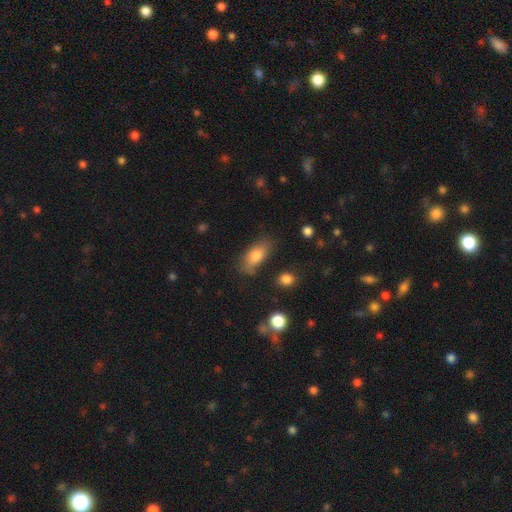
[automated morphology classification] This appears to be a smooth galaxy with no disk features (78%) that is in between round and cigar-shaped (84%). Merging: none (70%).